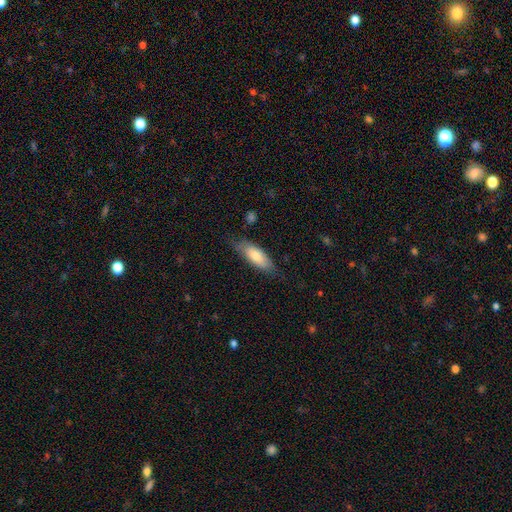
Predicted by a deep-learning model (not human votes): Smooth or featured: smooth — 73% (featured or disk — 21%)
How rounded: in between — 68% (cigar-shaped — 30%)
Merging: none — 69% (minor disturbance — 23%)